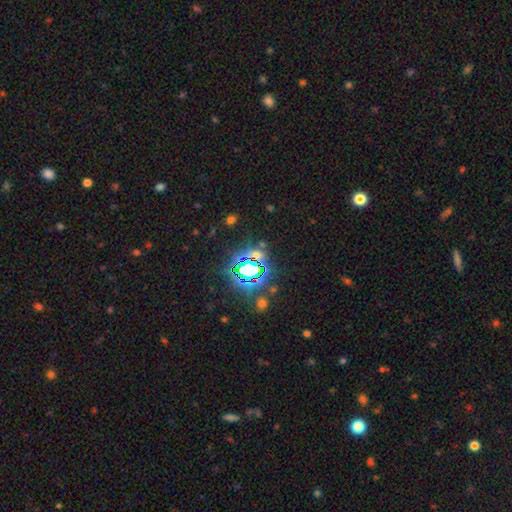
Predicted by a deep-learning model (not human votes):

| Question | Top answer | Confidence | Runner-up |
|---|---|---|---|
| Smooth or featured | star or artifact | 69% | smooth (21%) |